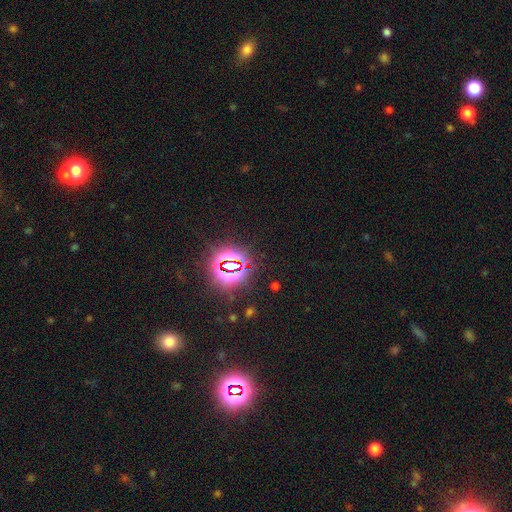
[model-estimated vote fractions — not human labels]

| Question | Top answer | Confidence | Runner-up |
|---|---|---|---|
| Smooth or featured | star or artifact | 81% | smooth (13%) |